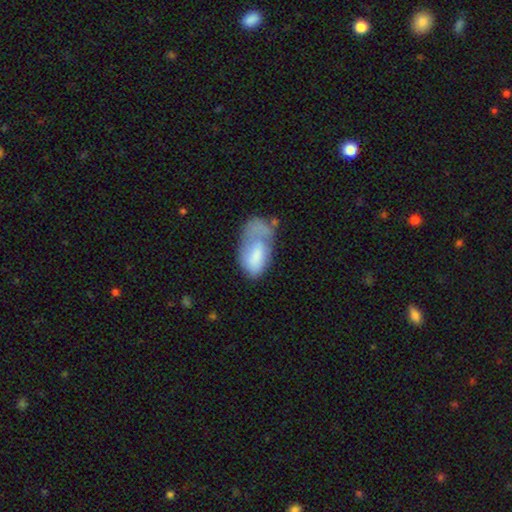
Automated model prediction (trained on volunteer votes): smooth 67%, featured or disk 27%, star or artifact 7%. Down the decision tree: how rounded — in between (93%); merging — major disturbance (35%).